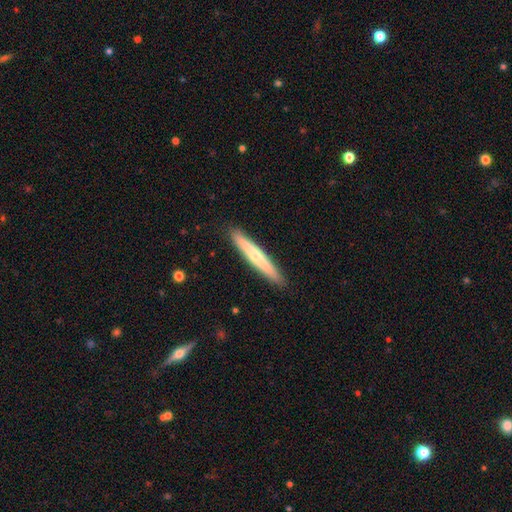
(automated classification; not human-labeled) A smooth galaxy with no disk features (49%).

Vote fractions:
- Smooth or featured? smooth: 49% / featured or disk: 46% / star or artifact: 5%
- Merging? none: 91% / minor disturbance: 7% / major disturbance: 1% / merger: 1%